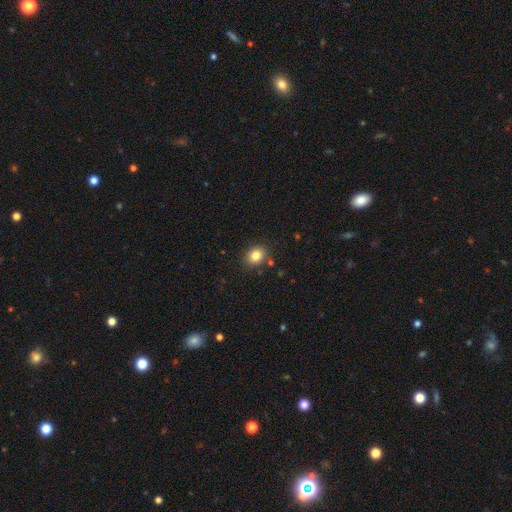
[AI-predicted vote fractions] Smooth or featured? smooth (82%)
How rounded? round (58%)
Merging? none (85%)